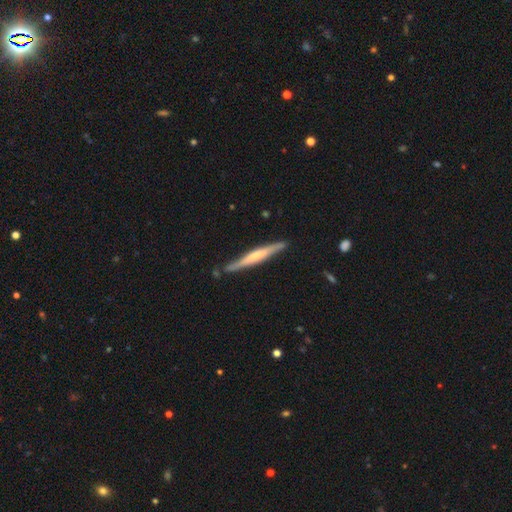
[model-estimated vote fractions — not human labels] Morphology: type=featured or disk (70%); edge-on=yes (96%); edge-on bulge=rounded (64%); merging=none (85%).